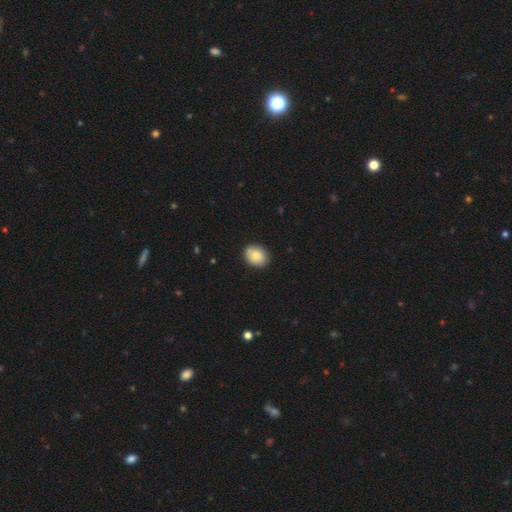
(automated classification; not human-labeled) Smooth or featured: smooth — 81% (featured or disk — 11%)
How rounded: round — 52% (in between — 47%)
Merging: none — 86% (minor disturbance — 11%)